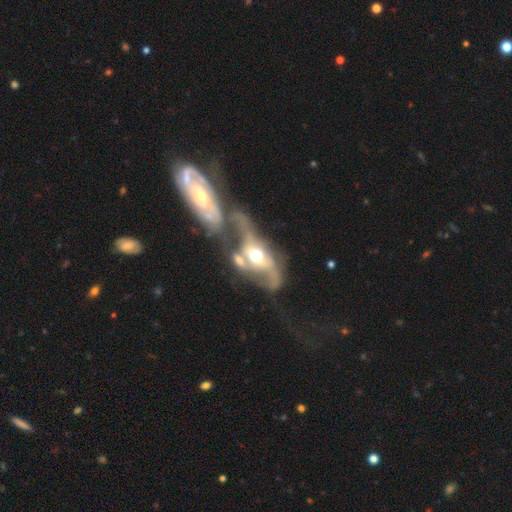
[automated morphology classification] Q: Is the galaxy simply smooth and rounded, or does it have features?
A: featured or disk — 70%.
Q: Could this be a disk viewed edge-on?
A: no — 88%.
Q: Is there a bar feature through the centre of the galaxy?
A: no — 65%.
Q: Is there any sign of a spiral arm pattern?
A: yes — 55%.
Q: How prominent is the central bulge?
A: moderate — 62%.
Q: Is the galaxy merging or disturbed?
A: merger — 59%.